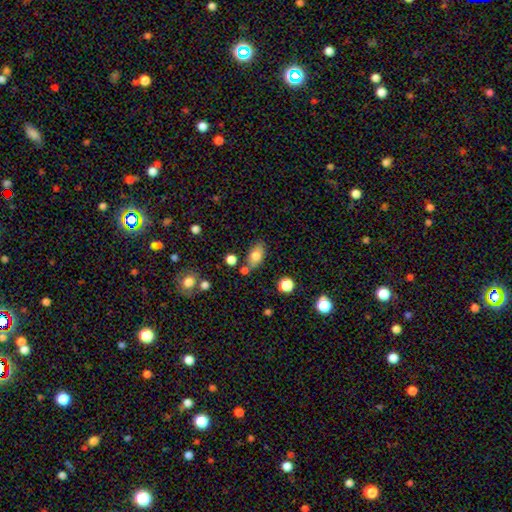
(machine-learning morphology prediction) A smooth galaxy with no disk features (78%) that is in between round and cigar-shaped (88%). Merging: none (71%).